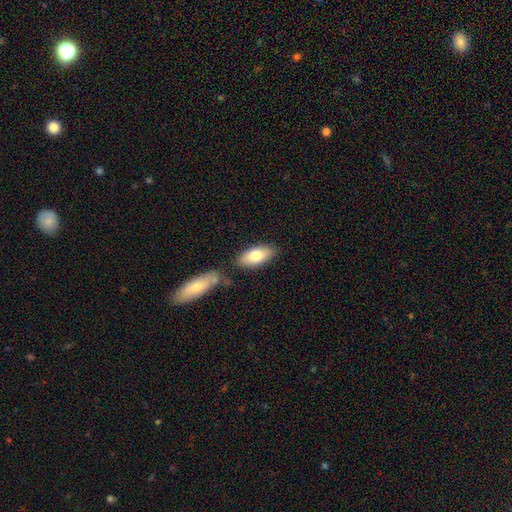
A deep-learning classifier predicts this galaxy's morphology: This appears to be a smooth galaxy with no disk features (78%) that is in between round and cigar-shaped (88%). Merging: none (76%).